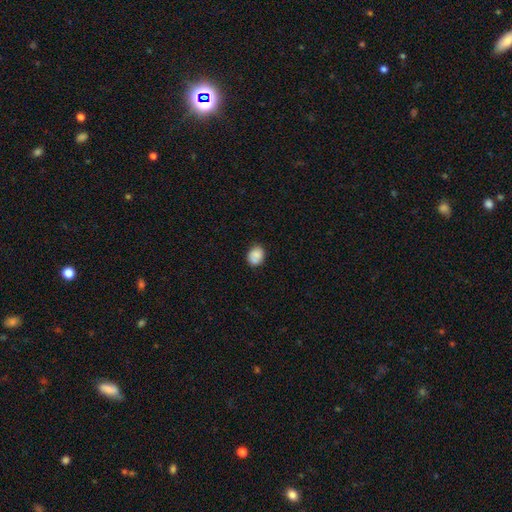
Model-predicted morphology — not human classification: This appears to be a smooth galaxy with no disk features (83%) that is round (60%). Merging: none (73%).